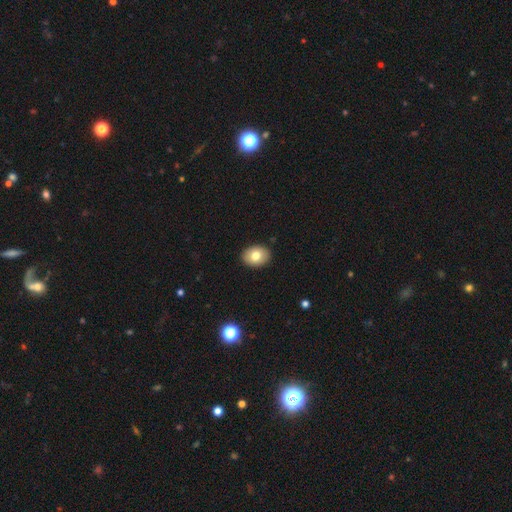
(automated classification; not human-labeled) A smooth galaxy with no disk features (78%) that is in between round and cigar-shaped (67%).

Vote fractions:
- Smooth or featured? smooth: 78% / featured or disk: 14% / star or artifact: 8%
- How rounded? in between: 67% / round: 32% / cigar-shaped: 1%
- Merging? none: 90% / minor disturbance: 7% / major disturbance: 2% / merger: 1%